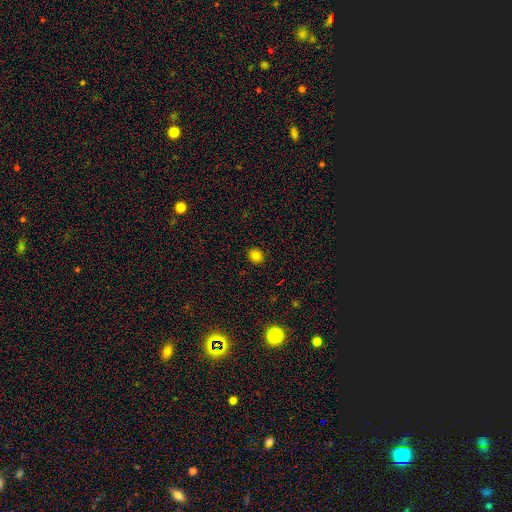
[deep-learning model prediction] This appears to be a smooth galaxy with no disk features (81%) that is round (68%). Merging: none (90%).